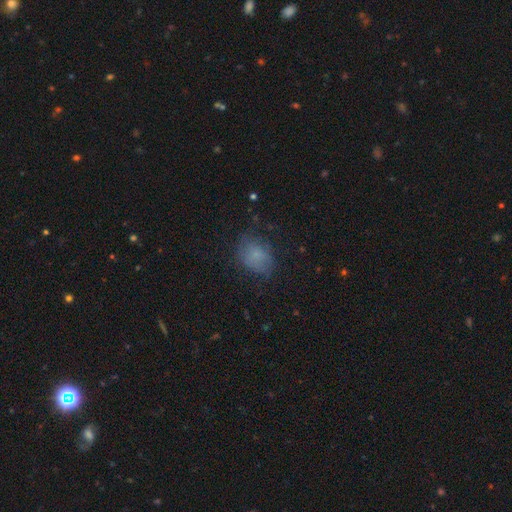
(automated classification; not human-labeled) smooth-or-featured: smooth: 69% | featured or disk: 18% | star or artifact: 13%
  how-rounded: in between: 65% | round: 34% | cigar-shaped: 1%
  merging: none: 60% | minor disturbance: 26% | major disturbance: 13% | merger: 2%